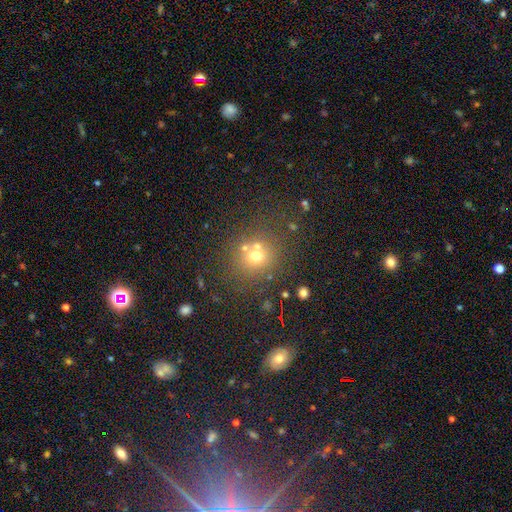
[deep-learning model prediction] Q: Smooth or featured?
A: smooth (63%); runner-up: star or artifact (21%)
Q: How rounded?
A: round (83%); runner-up: in between (16%)
Q: Merging?
A: none (65%); runner-up: merger (20%)